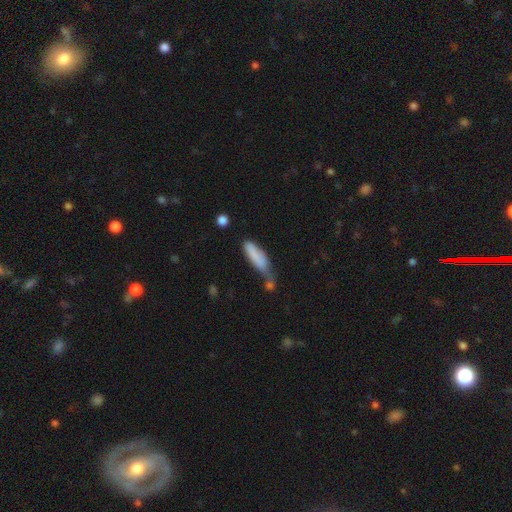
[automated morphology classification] A smooth galaxy with no disk features (78%) that is cigar-shaped (56%). Merging: merger (33%).